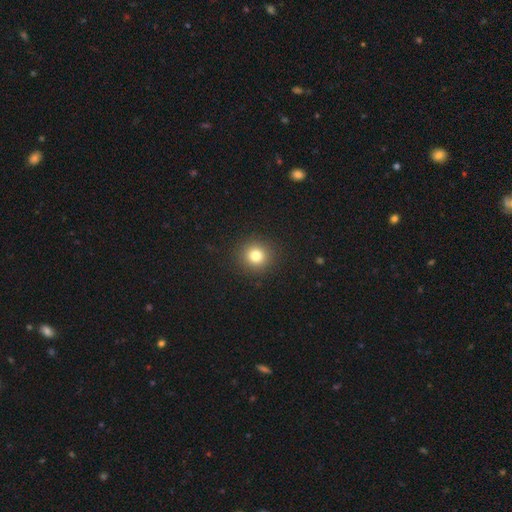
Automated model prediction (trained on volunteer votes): smooth 80%, star or artifact 13%, featured or disk 7%. Down the decision tree: how rounded — round (92%); merging — none (92%).